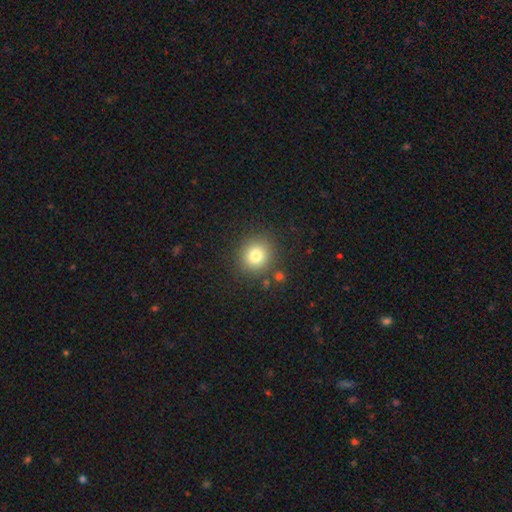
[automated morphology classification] Smooth or featured? Predicted: smooth (p=0.79). How rounded? Predicted: round (p=0.89). Merging? Predicted: none (p=0.86).